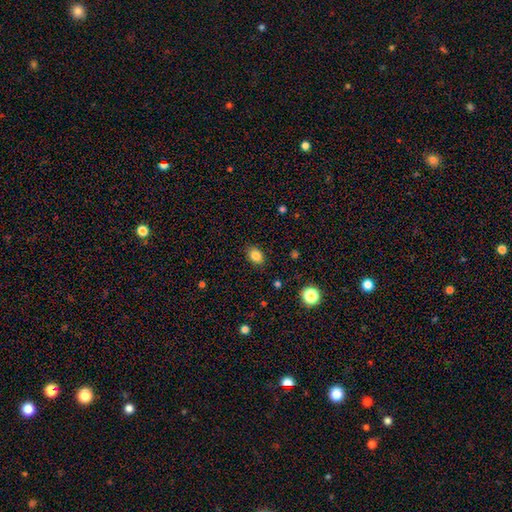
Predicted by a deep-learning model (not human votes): Smooth or featured? smooth (83%)
How rounded? in between (67%)
Merging? none (87%)